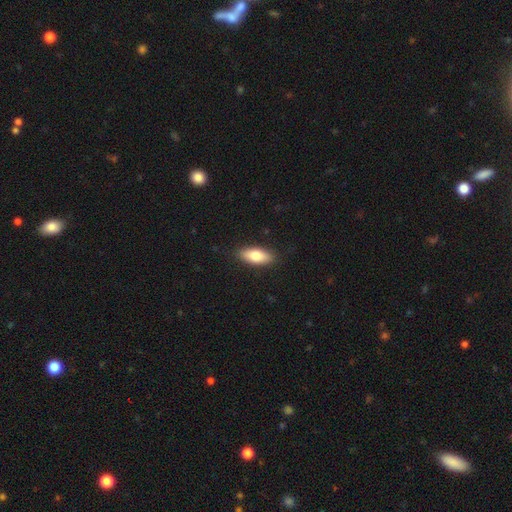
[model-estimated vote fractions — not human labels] Smooth or featured: smooth — 77% (featured or disk — 17%)
How rounded: in between — 81% (cigar-shaped — 17%)
Merging: none — 88% (minor disturbance — 10%)